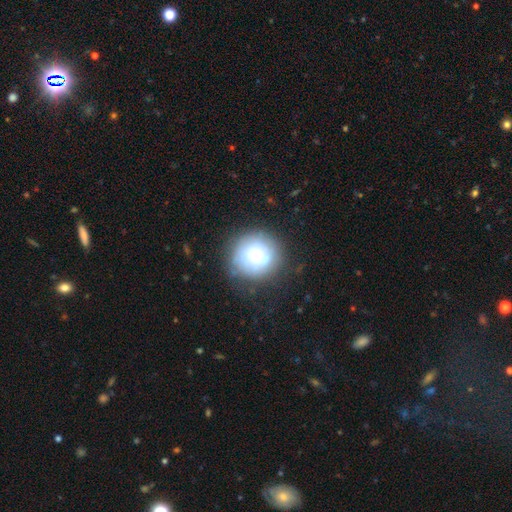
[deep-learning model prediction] This is likely a smooth galaxy (61%). How rounded: clearly round (92%). Merging: likely none (70%).